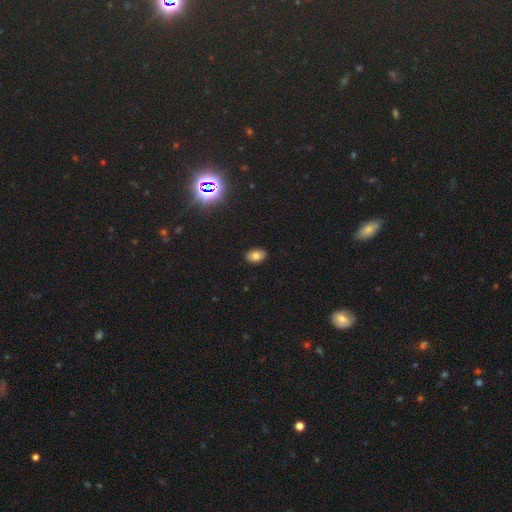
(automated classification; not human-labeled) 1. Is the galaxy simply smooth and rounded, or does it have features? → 79% smooth, 13% star or artifact, 9% featured or disk.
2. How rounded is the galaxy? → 85% in between, 14% round, 1% cigar-shaped.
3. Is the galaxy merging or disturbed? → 88% none, 9% minor disturbance, 2% major disturbance, 1% merger.